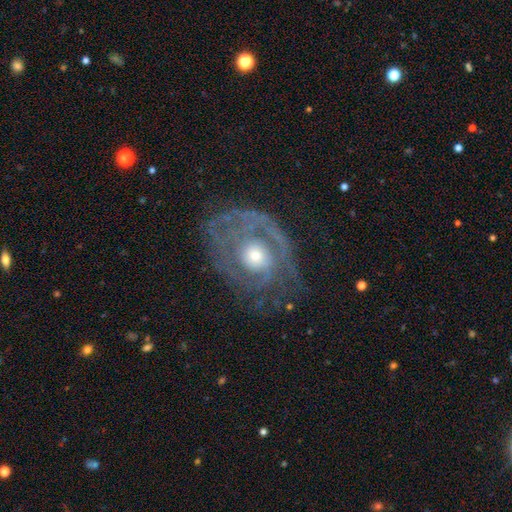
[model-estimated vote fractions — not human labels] A featured or disk galaxy (79%) with no bar (82%), tight (58%) spiral arms (76%) and a moderate central bulge (60%).

Vote fractions:
- Smooth or featured? featured or disk: 79% / smooth: 15% / star or artifact: 7%
- Edge-on disk? no: 96% / yes: 4%
- Bar? no: 82% / weak: 15% / strong: 4%
- Spiral arms? yes: 76% / no: 24%
- Spiral winding? tight: 58% / medium: 29% / loose: 13%
- Spiral arm count? can't tell: 42% / 2: 23% / 3: 12% / 1: 12% / 4: 6% / more than 4: 5%
- Bulge size? moderate: 60% / small: 24% / large: 13% / dominant: 2% / none: 1%
- Merging? none: 59% / minor disturbance: 20% / major disturbance: 19% / merger: 2%